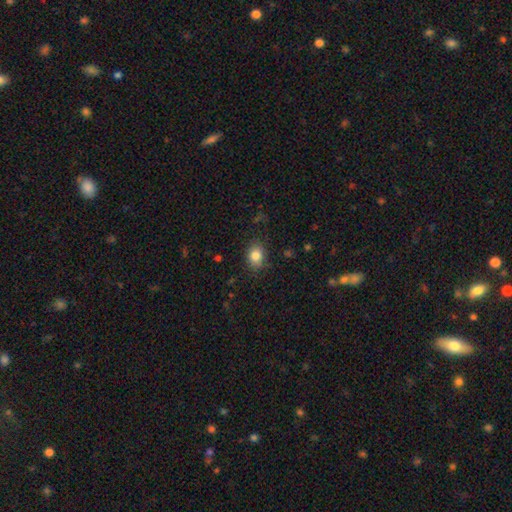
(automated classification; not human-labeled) Morphology: type=smooth (83%); roundness=in between (61%); merging=none (82%).